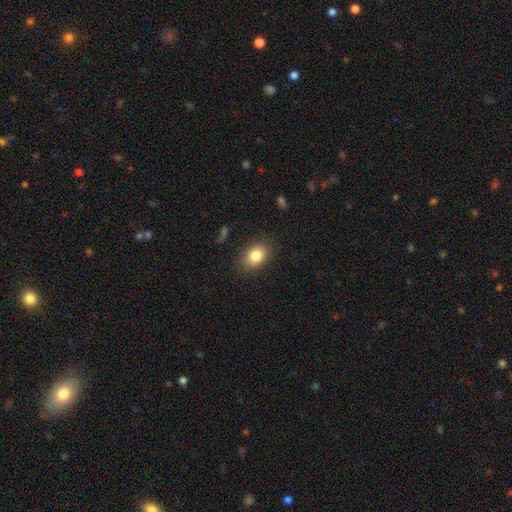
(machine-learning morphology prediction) smooth-or-featured: smooth: 83% | star or artifact: 9% | featured or disk: 8%
  how-rounded: in between: 71% | round: 28% | cigar-shaped: 1%
  merging: none: 85% | minor disturbance: 10% | major disturbance: 3% | merger: 1%